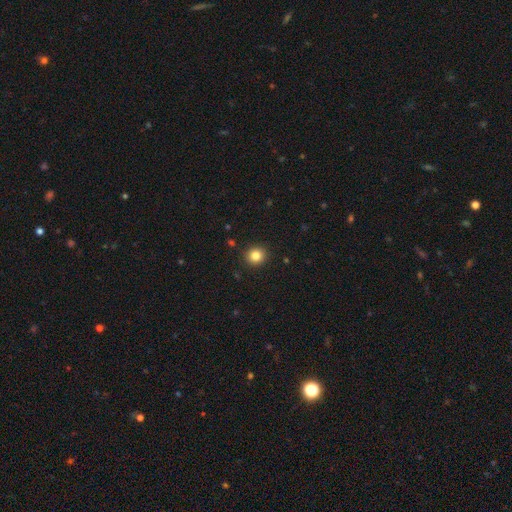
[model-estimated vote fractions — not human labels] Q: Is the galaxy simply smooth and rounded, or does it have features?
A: smooth — 83%.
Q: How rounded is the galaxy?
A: round — 90%.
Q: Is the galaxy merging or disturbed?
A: none — 92%.